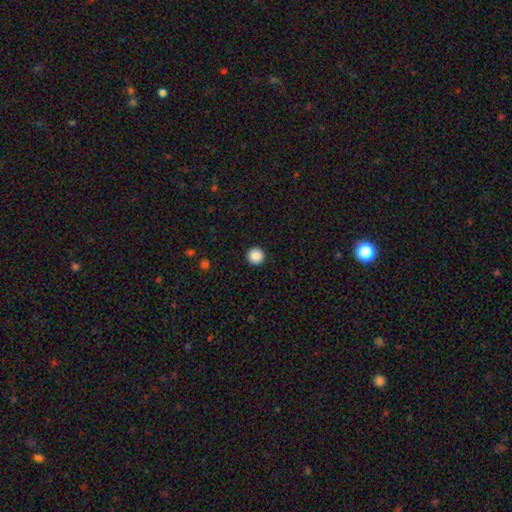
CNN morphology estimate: Smooth or featured?
  - smooth: 88% *
  - star or artifact: 9%
  - featured or disk: 3%
How rounded?
  - round: 96% *
  - in between: 3%
  - cigar-shaped: 1%
Merging?
  - none: 94% *
  - minor disturbance: 4%
  - major disturbance: 1%
  - merger: 1%